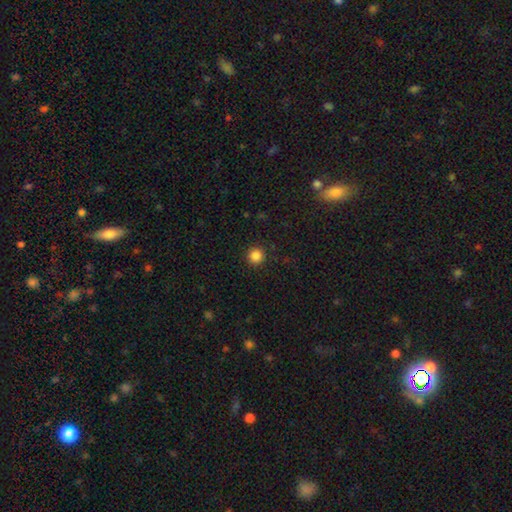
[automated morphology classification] This appears to be a smooth galaxy with no disk features (85%) that is round (95%). Merging: none (92%).